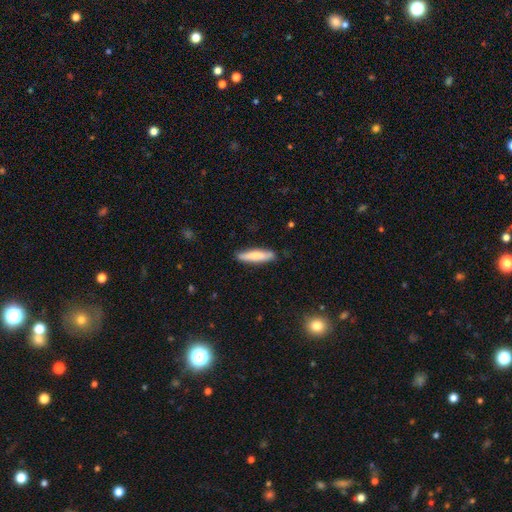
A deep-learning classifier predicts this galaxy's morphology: This appears to be a smooth galaxy with no disk features (73%) that is cigar-shaped (83%). Merging: none (87%).